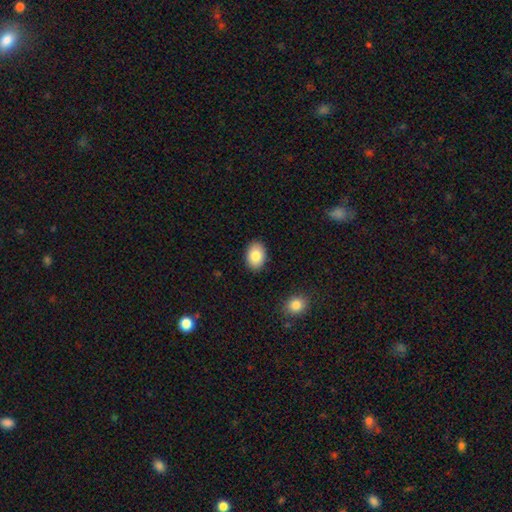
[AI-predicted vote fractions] smooth-or-featured: smooth: 84% | featured or disk: 9% | star or artifact: 7%
  how-rounded: in between: 80% | round: 19% | cigar-shaped: 1%
  merging: none: 89% | minor disturbance: 8% | major disturbance: 2% | merger: 1%